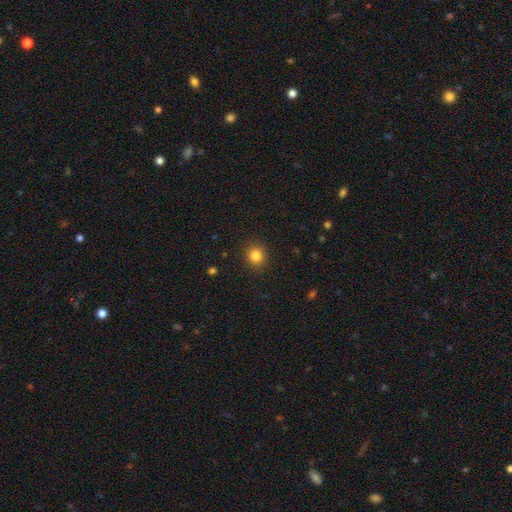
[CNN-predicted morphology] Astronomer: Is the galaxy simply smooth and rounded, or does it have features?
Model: smooth — 84%.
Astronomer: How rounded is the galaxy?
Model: round — 83%.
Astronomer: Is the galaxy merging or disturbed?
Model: none — 89%.